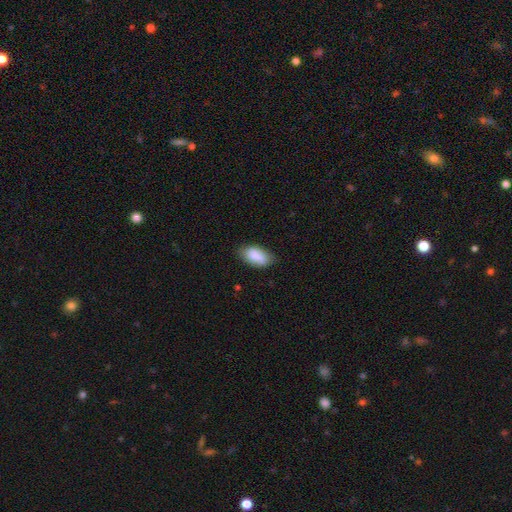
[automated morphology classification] A smooth galaxy with no disk features (84%) that is in between round and cigar-shaped (92%). Merging: none (70%).